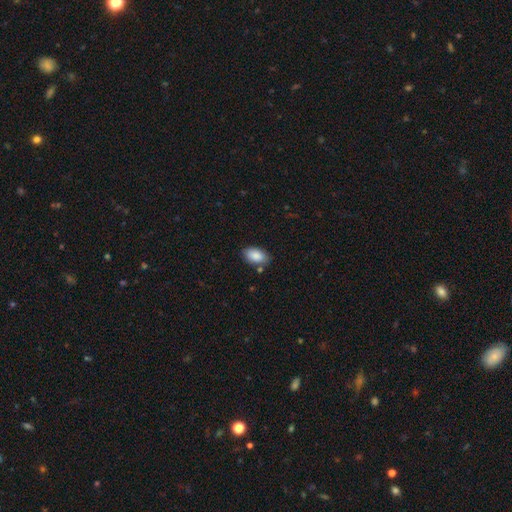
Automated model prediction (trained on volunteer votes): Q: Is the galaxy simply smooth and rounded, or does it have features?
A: smooth — 88%.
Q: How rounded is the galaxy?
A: in between — 93%.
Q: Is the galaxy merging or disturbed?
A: none — 79%.